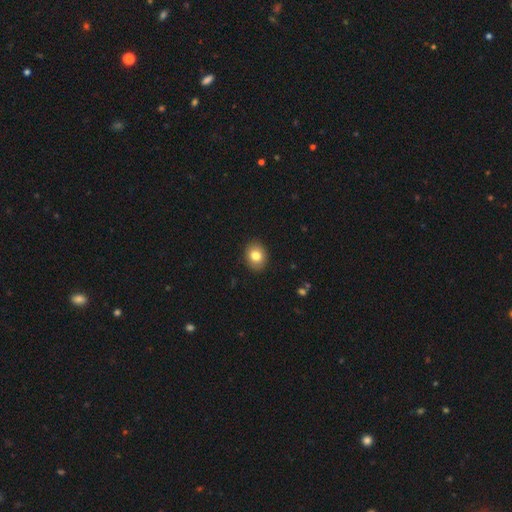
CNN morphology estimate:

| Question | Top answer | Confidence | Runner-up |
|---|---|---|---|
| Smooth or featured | smooth | 80% | featured or disk (10%) |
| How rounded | round | 52% | in between (48%) |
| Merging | none | 90% | minor disturbance (7%) |